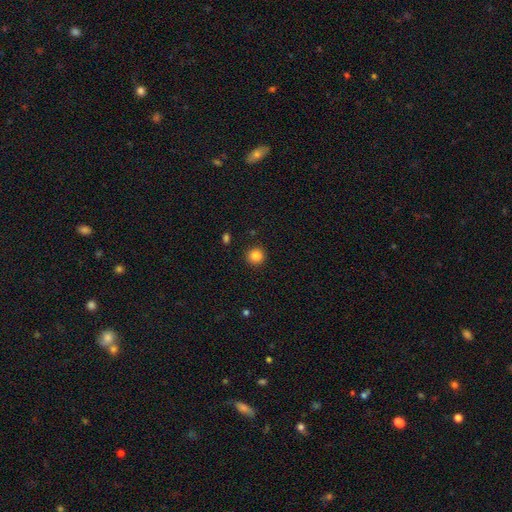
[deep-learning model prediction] A smooth galaxy with no disk features (85%) that is round (92%). Merging: none (91%).